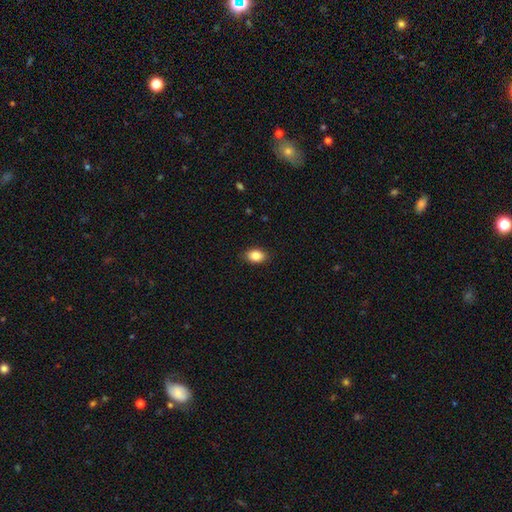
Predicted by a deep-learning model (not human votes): smooth 85%, star or artifact 8%, featured or disk 6%. Down the decision tree: how rounded — in between (82%); merging — none (88%).